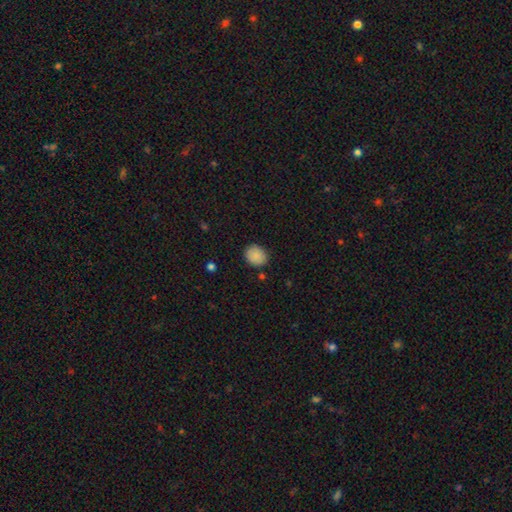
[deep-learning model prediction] Smooth or featured?
  - smooth: 87% *
  - star or artifact: 8%
  - featured or disk: 5%
How rounded?
  - round: 68% *
  - in between: 31%
  - cigar-shaped: 1%
Merging?
  - none: 83% *
  - minor disturbance: 12%
  - major disturbance: 2%
  - merger: 2%